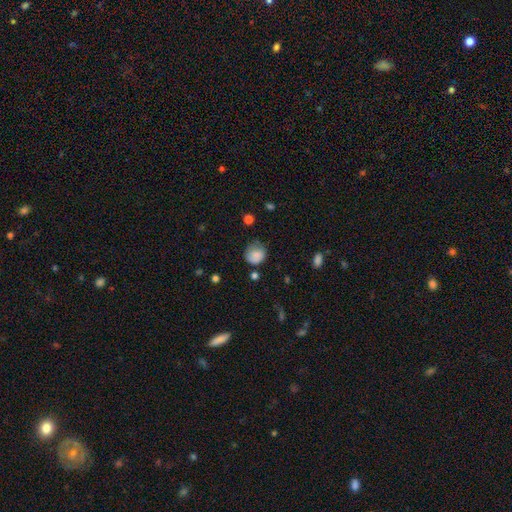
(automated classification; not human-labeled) The model was most divided on "merging": none: 55%, minor disturbance: 30%, major disturbance: 12%, merger: 3%. More confident: smooth or featured — smooth (81%); how rounded — round (78%).